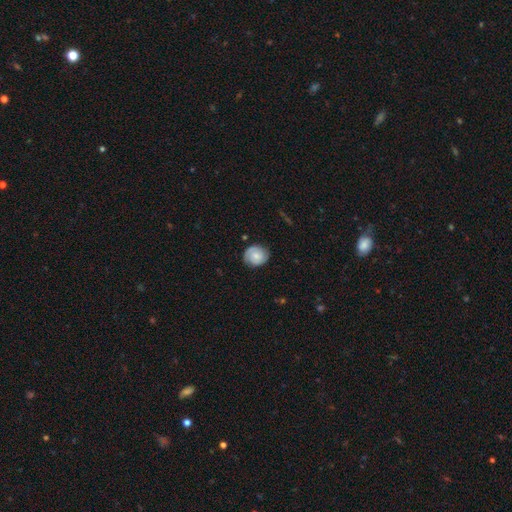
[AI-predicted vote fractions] This appears to be a smooth galaxy with no disk features (52%) that is round (75%). Merging: none (80%).